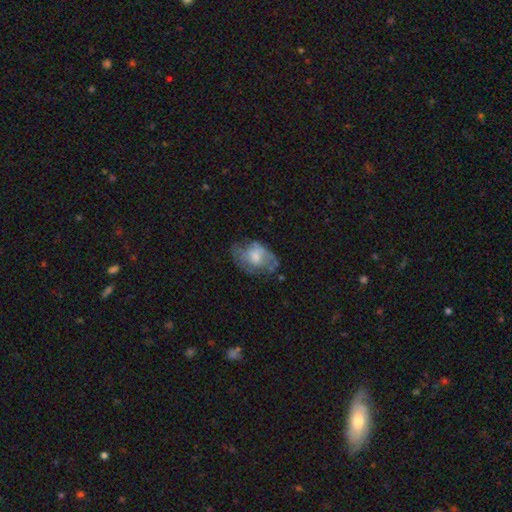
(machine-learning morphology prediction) Smooth or featured?
  - featured or disk: 51% *
  - smooth: 42%
  - star or artifact: 8%
Edge-on disk?
  - no: 96% *
  - yes: 4%
Merging?
  - none: 46% *
  - minor disturbance: 29%
  - major disturbance: 22%
  - merger: 3%